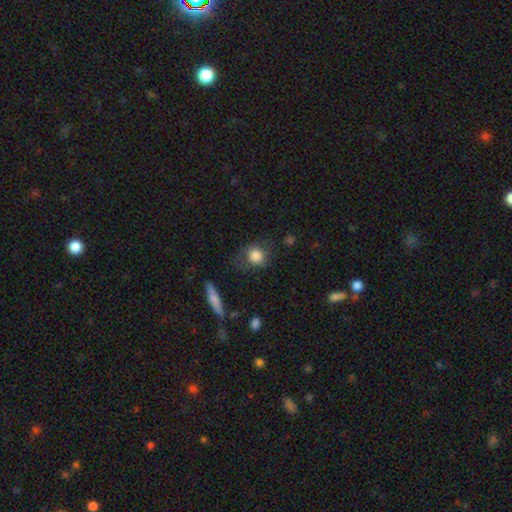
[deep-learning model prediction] A smooth galaxy with no disk features (80%) that is round (77%).

Vote fractions:
- Smooth or featured? smooth: 80% / featured or disk: 10% / star or artifact: 9%
- How rounded? round: 77% / in between: 21% / cigar-shaped: 2%
- Merging? none: 61% / minor disturbance: 22% / major disturbance: 13% / merger: 3%